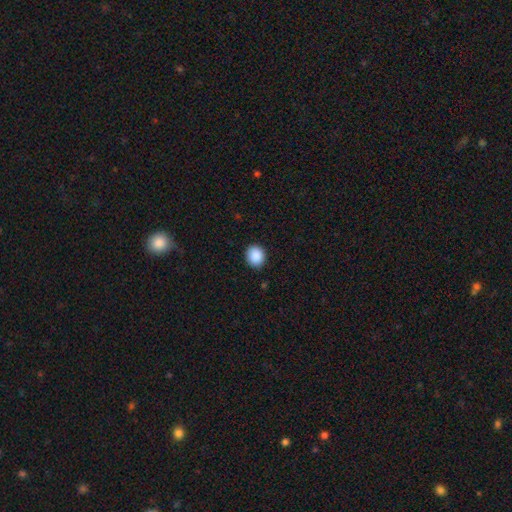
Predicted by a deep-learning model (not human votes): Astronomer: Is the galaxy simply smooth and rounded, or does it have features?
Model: smooth — 89%.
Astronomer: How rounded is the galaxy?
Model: round — 81%.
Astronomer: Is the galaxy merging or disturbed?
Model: none — 90%.